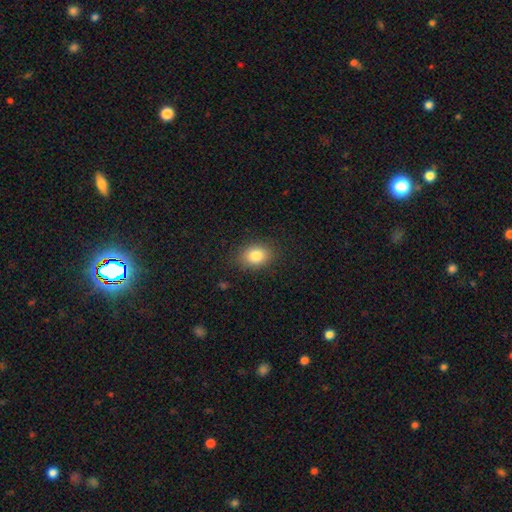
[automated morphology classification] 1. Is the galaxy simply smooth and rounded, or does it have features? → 83% smooth, 9% star or artifact, 7% featured or disk.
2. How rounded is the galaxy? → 64% in between, 35% round, 1% cigar-shaped.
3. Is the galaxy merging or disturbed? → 86% none, 10% minor disturbance, 3% major disturbance, 1% merger.